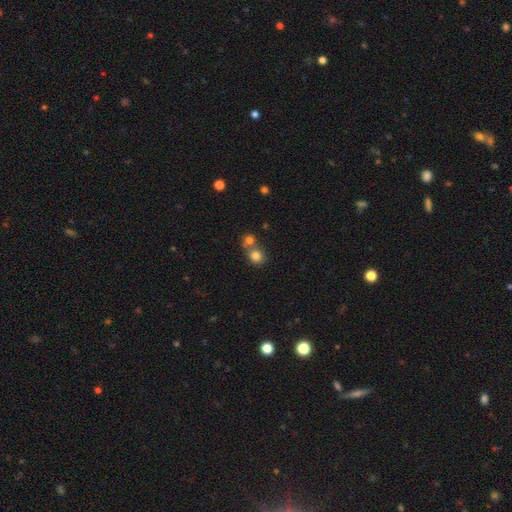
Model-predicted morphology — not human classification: type=smooth (79%); roundness=round (84%); merging=none (46%).